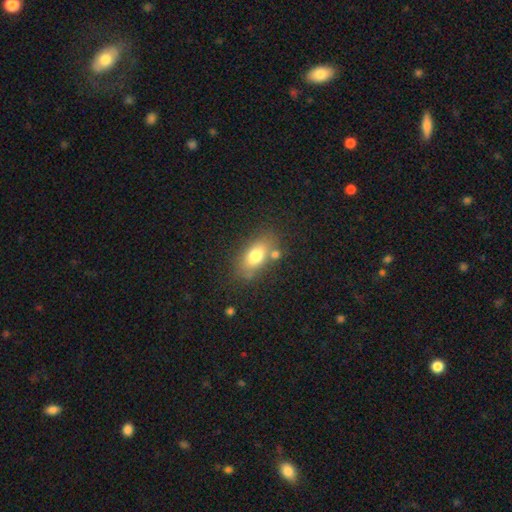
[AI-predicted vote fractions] This appears to be a smooth galaxy with no disk features (74%) that is in between round and cigar-shaped (84%). Merging: none (69%).